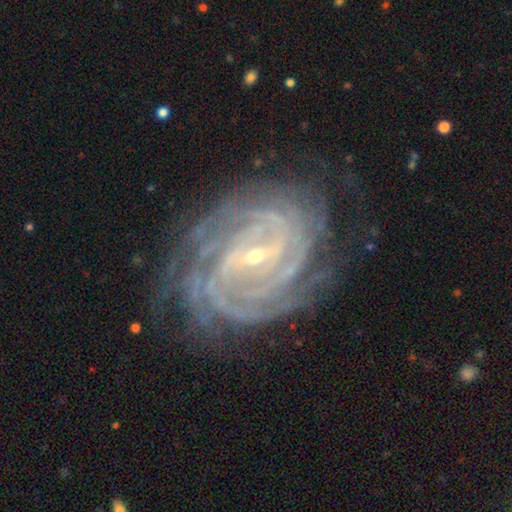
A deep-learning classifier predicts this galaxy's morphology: Smooth or featured?
  - featured or disk: 92% *
  - star or artifact: 5%
  - smooth: 3%
Edge-on disk?
  - no: 97% *
  - yes: 3%
Bar?
  - strong: 44% *
  - weak: 41%
  - no: 15%
Spiral arms?
  - yes: 98% *
  - no: 2%
Spiral winding?
  - tight: 79% *
  - medium: 18%
  - loose: 3%
Spiral arm count?
  - 4: 24% *
  - can't tell: 21%
  - more than 4: 19%
  - 3: 14%
  - 2: 14%
  - 1: 8%
Bulge size?
  - small: 80% *
  - moderate: 17%
  - none: 1%
  - large: 1%
  - dominant: 1%
Merging?
  - none: 76% *
  - minor disturbance: 16%
  - major disturbance: 6%
  - merger: 1%